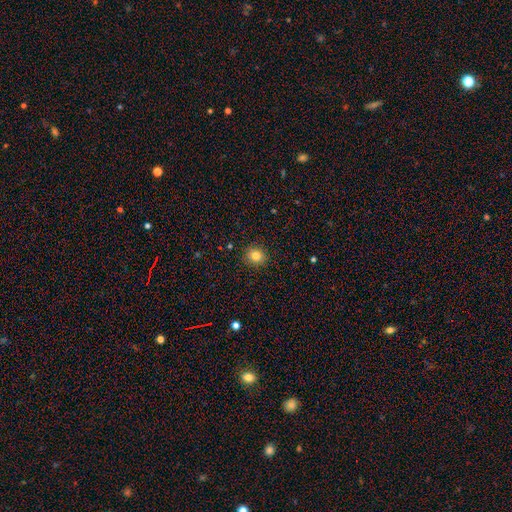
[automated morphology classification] Smooth or featured? Predicted: smooth (p=0.82). How rounded? Predicted: round (p=0.80). Merging? Predicted: none (p=0.89).